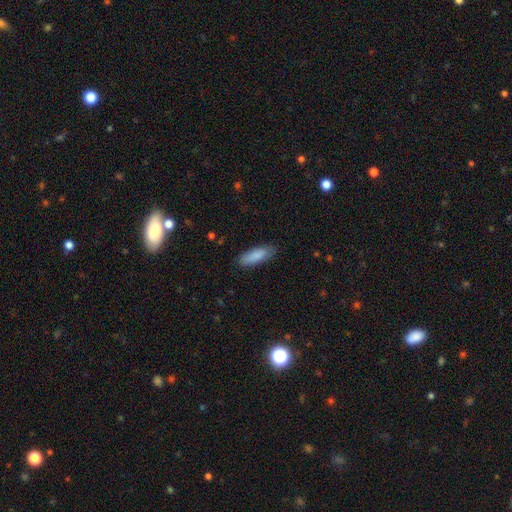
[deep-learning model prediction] A smooth galaxy with no disk features (87%) that is in between round and cigar-shaped (59%).

Vote fractions:
- Smooth or featured? smooth: 87% / featured or disk: 7% / star or artifact: 6%
- How rounded? in between: 59% / cigar-shaped: 39% / round: 2%
- Merging? none: 84% / minor disturbance: 12% / major disturbance: 2% / merger: 1%